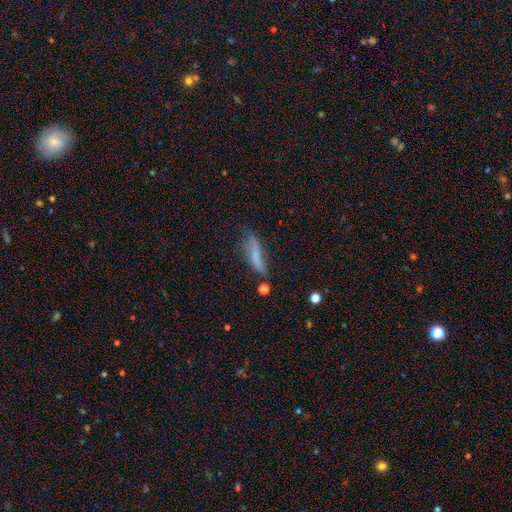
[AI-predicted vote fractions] Morphology: type=smooth (56%); roundness=cigar-shaped (66%); merging=none (43%).